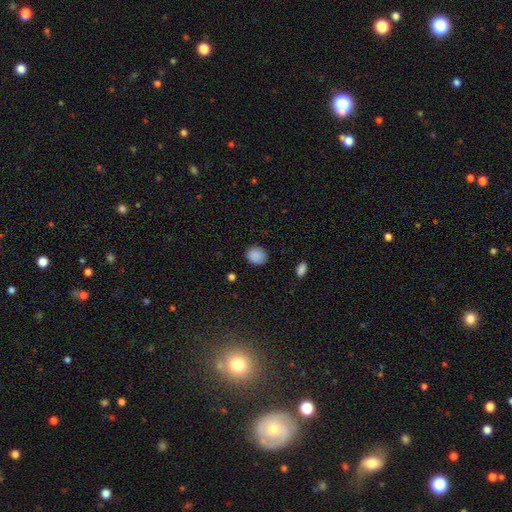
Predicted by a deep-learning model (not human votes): Smooth or featured? smooth (88%)
How rounded? round (66%)
Merging? none (86%)